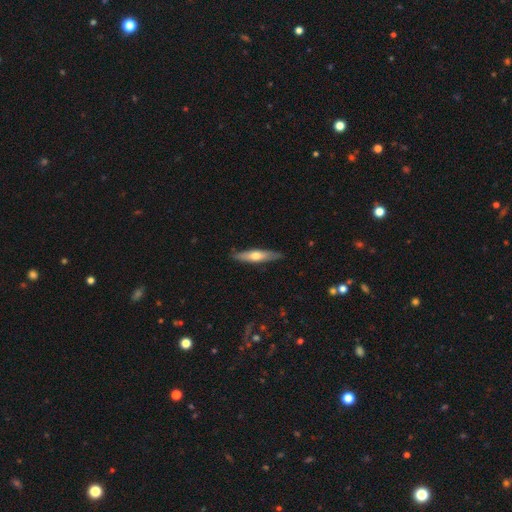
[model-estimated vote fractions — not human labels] smooth_or_featured: smooth (p=0.49) [alt: featured or disk p=0.46]
merging: none (p=0.87) [alt: minor disturbance p=0.10]